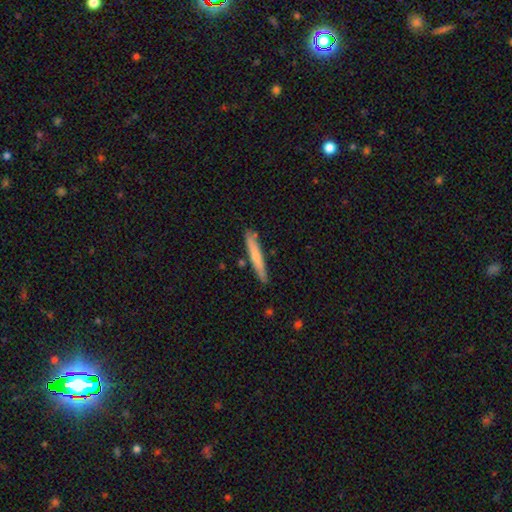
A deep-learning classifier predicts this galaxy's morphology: Overall: smooth (65%; featured or disk 30%). How rounded: cigar-shaped (94%). Merging: none (83%).